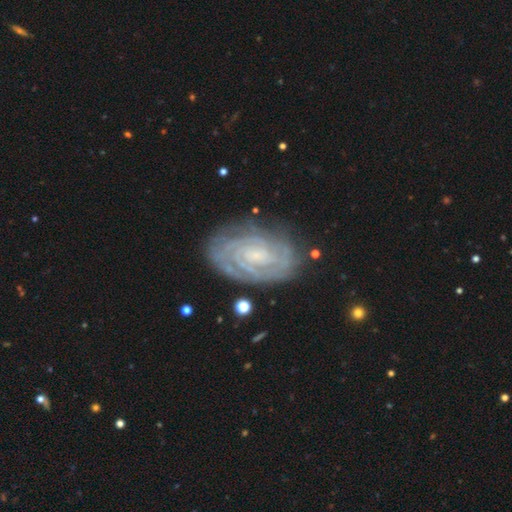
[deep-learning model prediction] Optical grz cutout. It shows a featured or disk galaxy (84%) with no bar (51%), 2 (32%) tight (78%) spiral arms (96%) and a small central bulge (59%). Merging: none (77%).